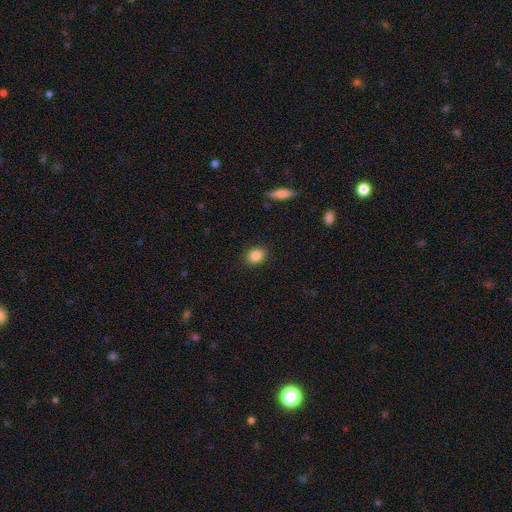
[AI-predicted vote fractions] A smooth galaxy with no disk features (86%) that is in between round and cigar-shaped (53%).

Vote fractions:
- Smooth or featured? smooth: 86% / star or artifact: 9% / featured or disk: 5%
- How rounded? in between: 53% / round: 46% / cigar-shaped: 1%
- Merging? none: 89% / minor disturbance: 8% / major disturbance: 2% / merger: 1%